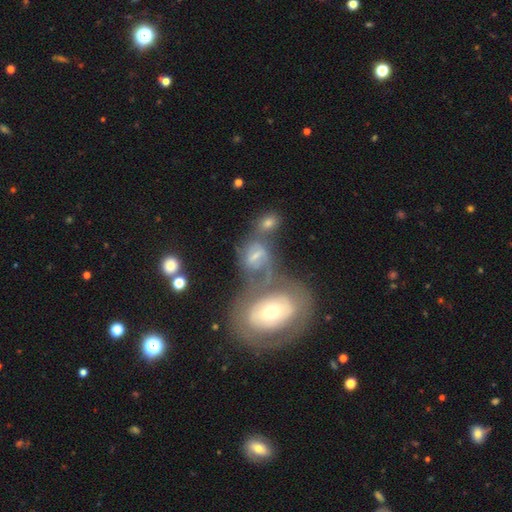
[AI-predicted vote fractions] smooth_or_featured: featured or disk (p=0.62) [alt: smooth p=0.27]
disk_edge_on: no (p=0.96) [alt: yes p=0.04]
bar: no (p=0.50) [alt: weak p=0.35]
has_spiral_arms: yes (p=0.67) [alt: no p=0.33]
bulge_size: small (p=0.51) [alt: moderate p=0.40]
merging: merger (p=0.45) [alt: none p=0.30]